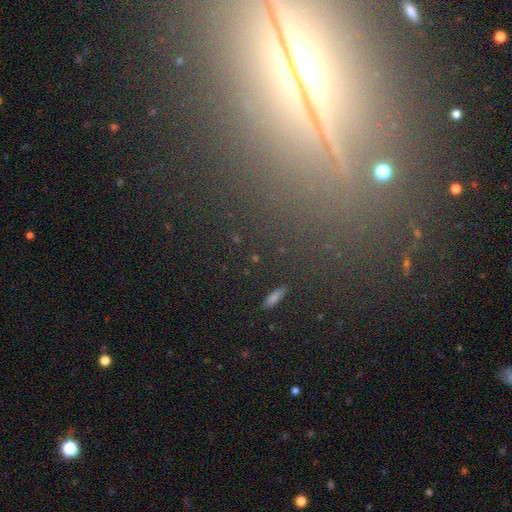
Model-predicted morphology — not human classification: Smooth or featured? star or artifact (61%)